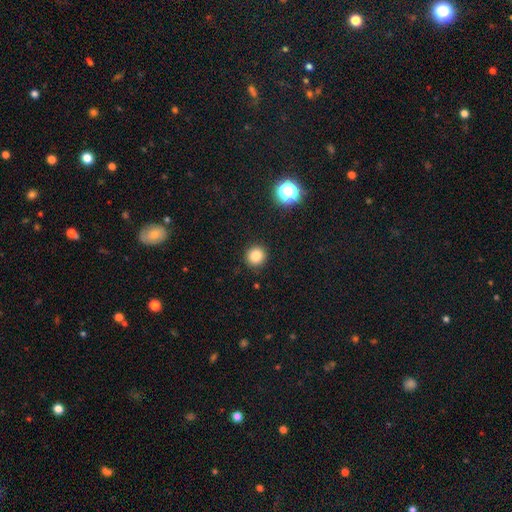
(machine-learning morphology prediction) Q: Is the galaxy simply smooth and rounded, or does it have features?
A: smooth — 83%.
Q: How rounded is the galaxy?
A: round — 93%.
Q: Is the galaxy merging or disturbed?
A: none — 92%.